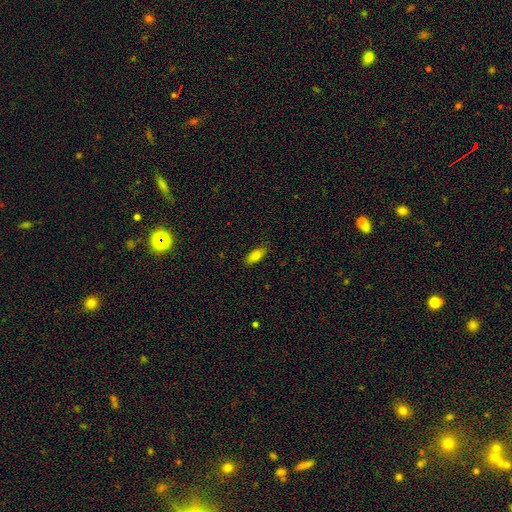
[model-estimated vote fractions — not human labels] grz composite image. It shows a smooth galaxy with no disk features (84%) that is in between round and cigar-shaped (81%). Merging: none (86%).